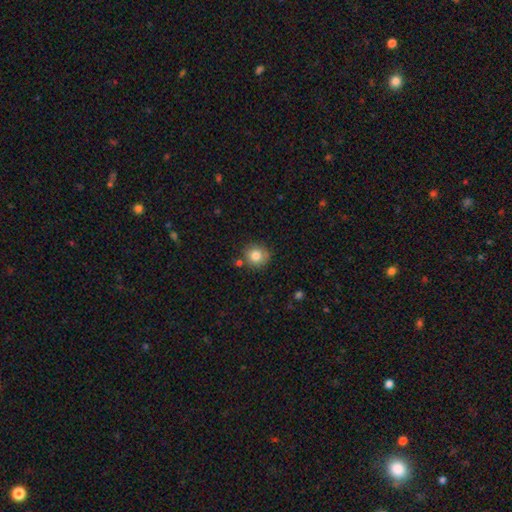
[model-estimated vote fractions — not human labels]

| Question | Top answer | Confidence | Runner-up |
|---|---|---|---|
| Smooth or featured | smooth | 82% | star or artifact (10%) |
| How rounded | round | 89% | in between (10%) |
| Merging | none | 80% | minor disturbance (11%) |